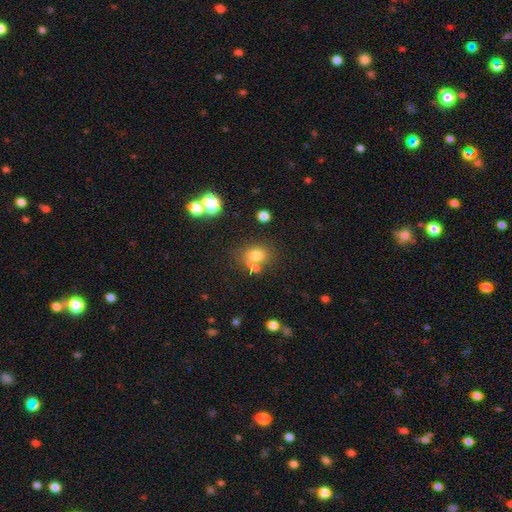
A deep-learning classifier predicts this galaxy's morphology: smooth 73%, star or artifact 16%, featured or disk 11%. Down the decision tree: how rounded — round (55%); merging — none (54%).